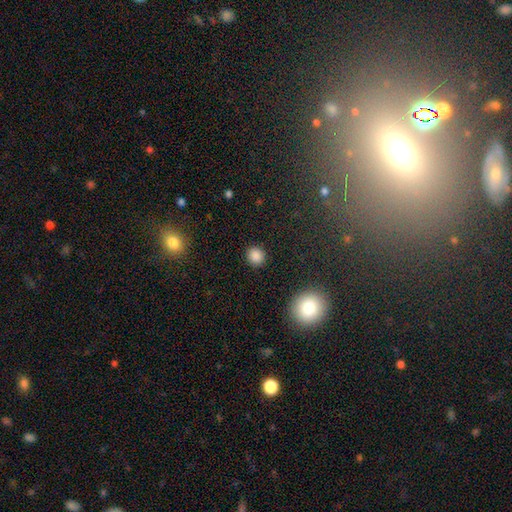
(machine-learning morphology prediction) Smooth or featured: smooth — 86% (star or artifact — 11%)
How rounded: round — 86% (in between — 13%)
Merging: none — 90% (minor disturbance — 6%)